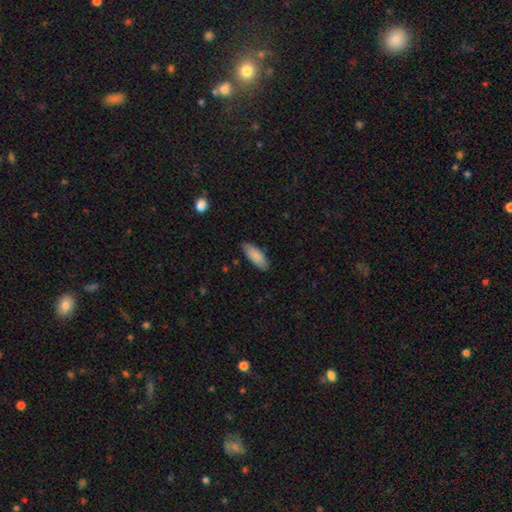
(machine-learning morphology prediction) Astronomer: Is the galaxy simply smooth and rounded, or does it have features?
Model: smooth — 84%.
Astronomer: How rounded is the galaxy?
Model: in between — 74%.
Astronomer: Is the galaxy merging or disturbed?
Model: none — 83%.